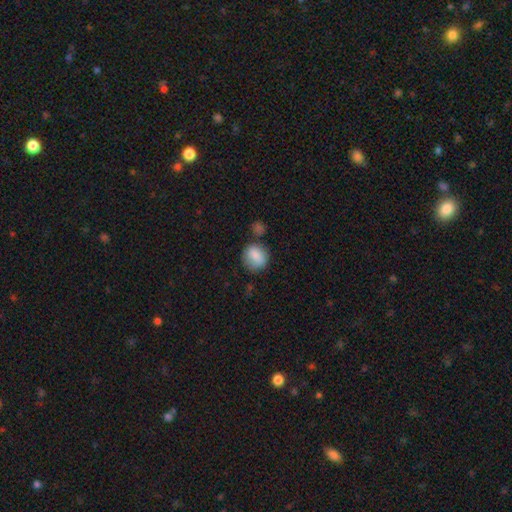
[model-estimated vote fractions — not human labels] A smooth galaxy with no disk features (83%) that is round (75%).

Vote fractions:
- Smooth or featured? smooth: 83% / featured or disk: 9% / star or artifact: 8%
- How rounded? round: 75% / in between: 24% / cigar-shaped: 1%
- Merging? none: 65% / minor disturbance: 19% / merger: 10% / major disturbance: 6%